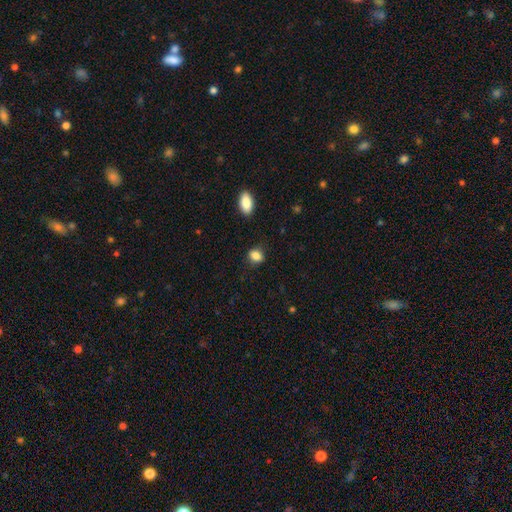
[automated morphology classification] This appears to be a smooth galaxy with no disk features (85%) that is in between round and cigar-shaped (60%). Merging: none (77%).